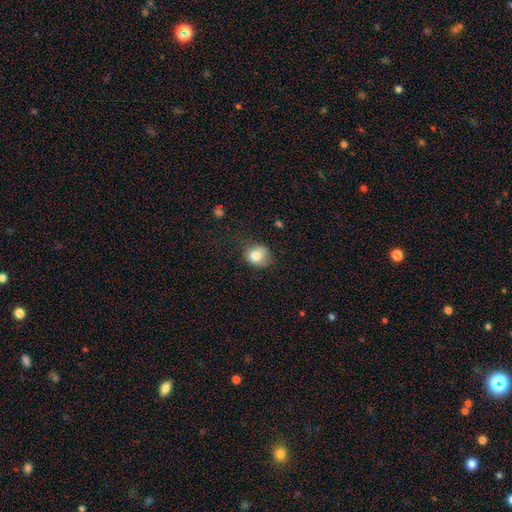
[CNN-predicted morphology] Overall: smooth (81%). How rounded: round (66%; in between 33%). Merging: none (55%; minor disturbance 31%).